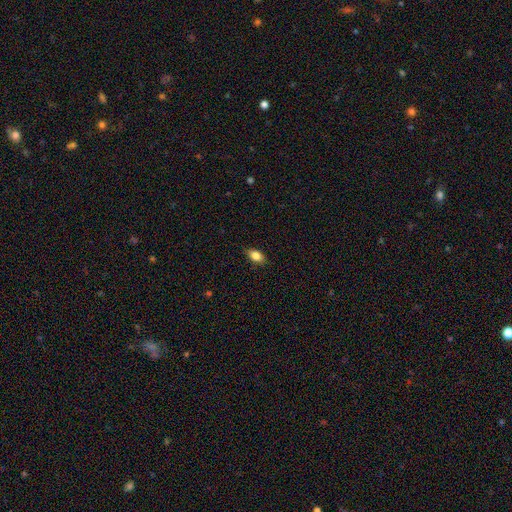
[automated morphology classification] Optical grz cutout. It shows a smooth galaxy with no disk features (83%) that is in between round and cigar-shaped (86%). Merging: none (84%).